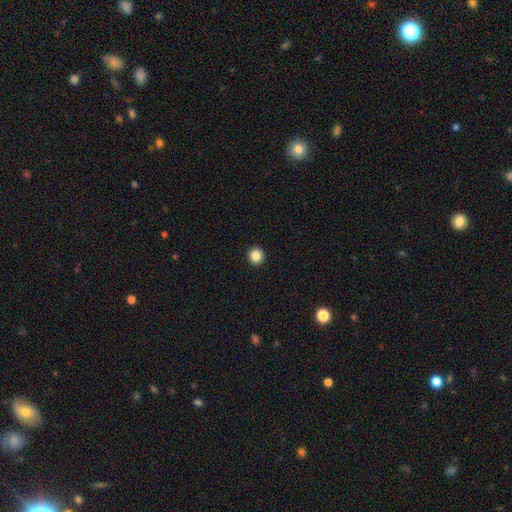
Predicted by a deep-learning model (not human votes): Overall: smooth (86%). How rounded: round (95%). Merging: none (94%).